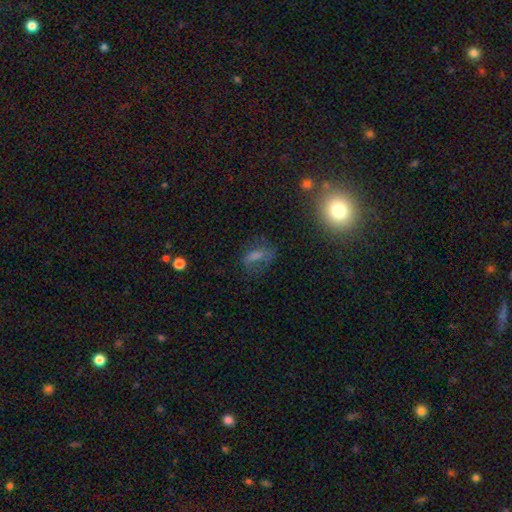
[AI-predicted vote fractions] Overall: smooth (51%; featured or disk 28%). How rounded: in between (72%). Merging: none (51%; major disturbance 23%).